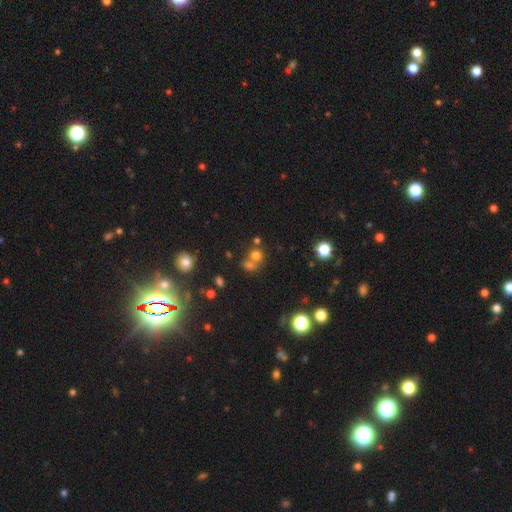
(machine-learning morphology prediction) smooth-or-featured: smooth: 68% | star or artifact: 21% | featured or disk: 11%
  how-rounded: round: 78% | in between: 21% | cigar-shaped: 1%
  merging: merger: 46% | none: 42% | minor disturbance: 7% | major disturbance: 4%